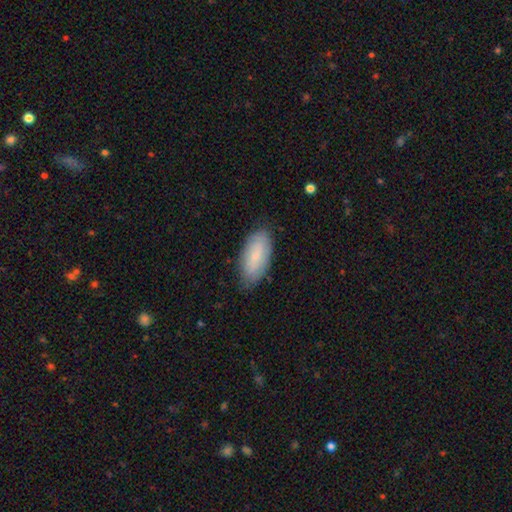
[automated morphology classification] This appears to be a smooth galaxy with no disk features (71%) that is in between round and cigar-shaped (89%). Merging: none (79%).